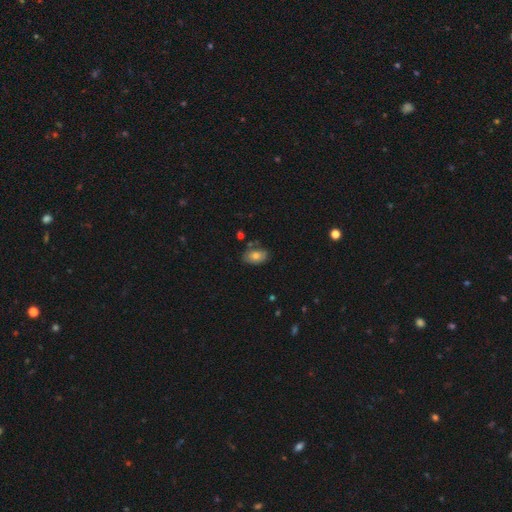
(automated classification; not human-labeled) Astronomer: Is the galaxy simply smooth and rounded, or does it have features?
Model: smooth — 75%.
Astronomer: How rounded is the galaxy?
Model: in between — 87%.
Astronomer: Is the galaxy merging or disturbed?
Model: none — 74%.